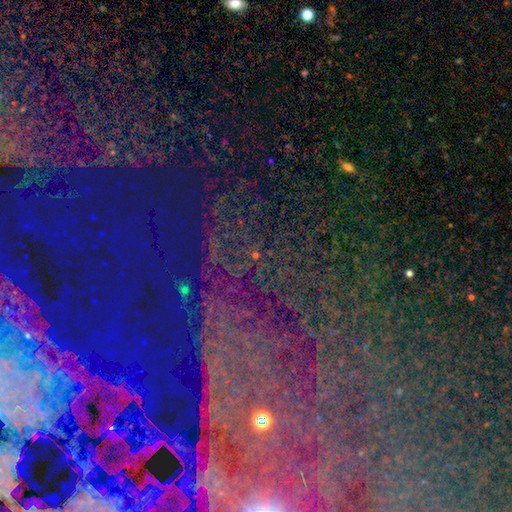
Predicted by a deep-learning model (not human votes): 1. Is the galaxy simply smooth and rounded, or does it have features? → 81% star or artifact, 10% smooth, 8% featured or disk.